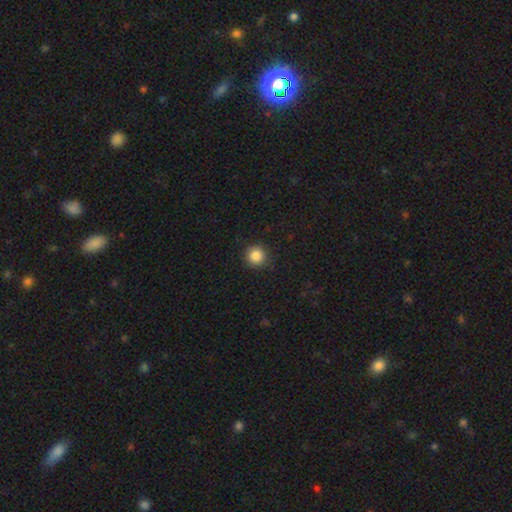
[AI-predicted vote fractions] This is clearly a smooth galaxy (86%). How rounded: clearly round (95%). Merging: clearly none (91%).